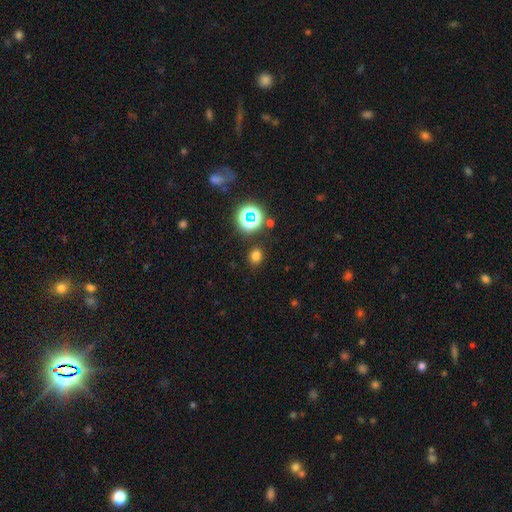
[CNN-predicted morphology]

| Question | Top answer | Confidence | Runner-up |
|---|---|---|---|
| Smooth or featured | smooth | 72% | star or artifact (23%) |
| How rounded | round | 66% | in between (33%) |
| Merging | none | 87% | minor disturbance (8%) |